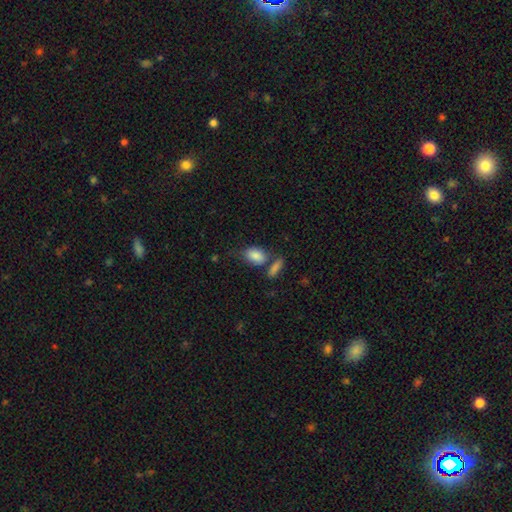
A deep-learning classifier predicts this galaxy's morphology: This appears to be a smooth galaxy with no disk features (85%) that is in between round and cigar-shaped (88%). Merging: none (50%).